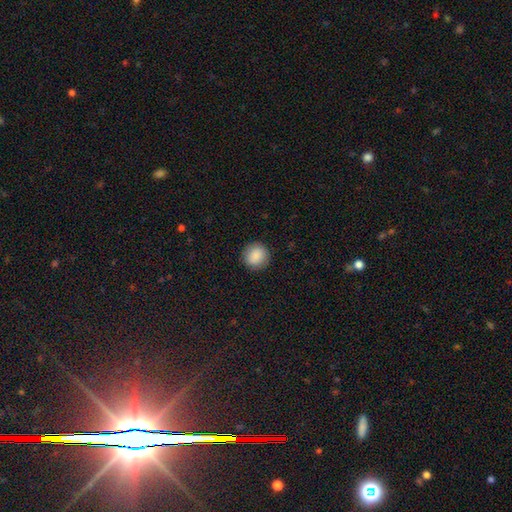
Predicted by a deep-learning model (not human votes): This is clearly a smooth galaxy (89%). How rounded: clearly round (91%). Merging: clearly none (91%).